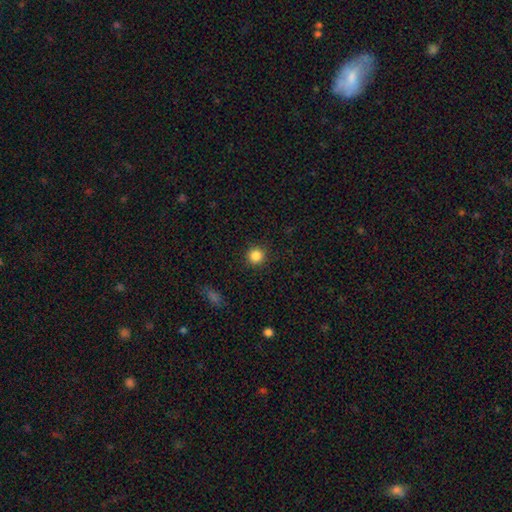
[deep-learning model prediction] smooth_or_featured: smooth (p=0.85) [alt: star or artifact p=0.11]
how_rounded: round (p=0.94) [alt: in between p=0.05]
merging: none (p=0.91) [alt: minor disturbance p=0.06]